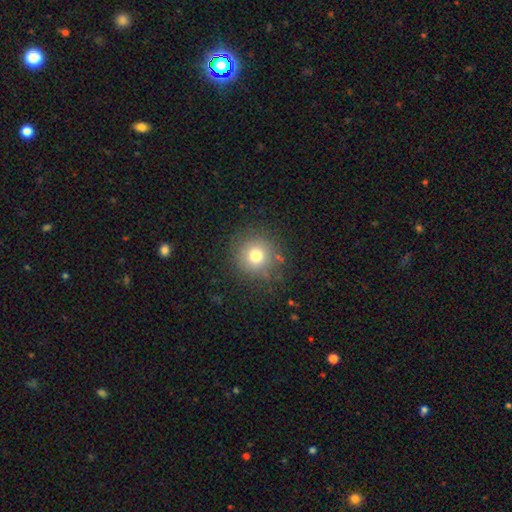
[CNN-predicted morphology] This is likely a smooth galaxy (75%). How rounded: clearly round (93%). Merging: clearly none (83%).